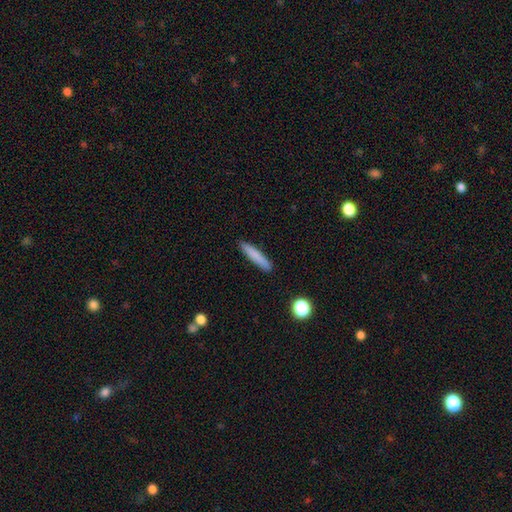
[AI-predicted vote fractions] A smooth galaxy with no disk features (81%) that is cigar-shaped (91%).

Vote fractions:
- Smooth or featured? smooth: 81% / featured or disk: 12% / star or artifact: 7%
- How rounded? cigar-shaped: 91% / in between: 8% / round: 1%
- Merging? none: 89% / minor disturbance: 8% / major disturbance: 2% / merger: 1%